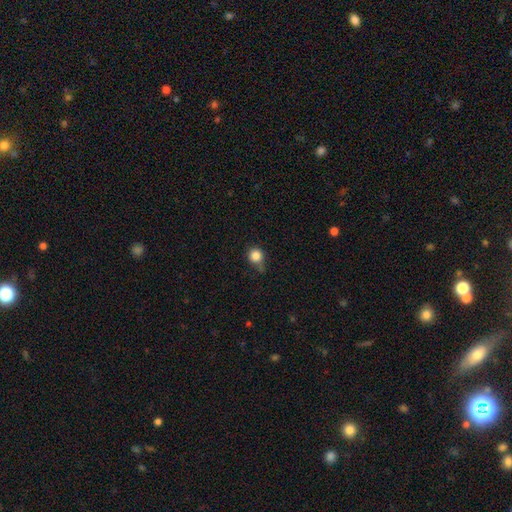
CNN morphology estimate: A smooth galaxy with no disk features (83%) that is round (90%).

Vote fractions:
- Smooth or featured? smooth: 83% / star or artifact: 11% / featured or disk: 6%
- How rounded? round: 90% / in between: 9% / cigar-shaped: 1%
- Merging? none: 57% / minor disturbance: 30% / major disturbance: 7% / merger: 5%